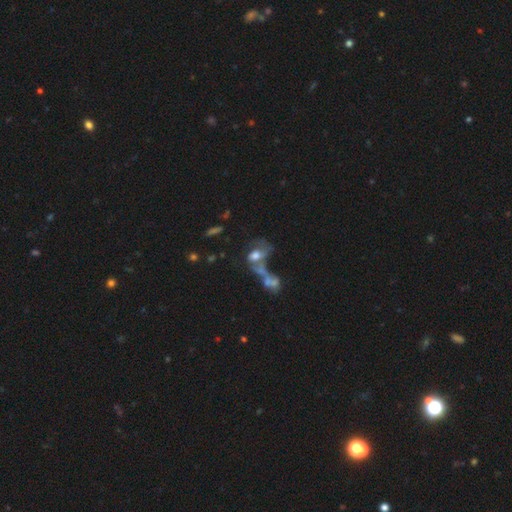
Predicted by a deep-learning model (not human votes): smooth-or-featured: featured or disk: 44% | smooth: 42% | star or artifact: 14%
  merging: merger: 51% | major disturbance: 24% | none: 16% | minor disturbance: 9%